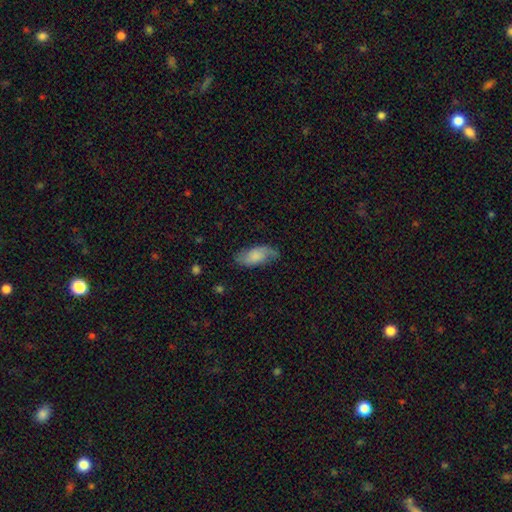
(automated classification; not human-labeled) smooth 54%, featured or disk 39%, star or artifact 7%. Down the decision tree: how rounded — in between (90%); merging — none (68%).